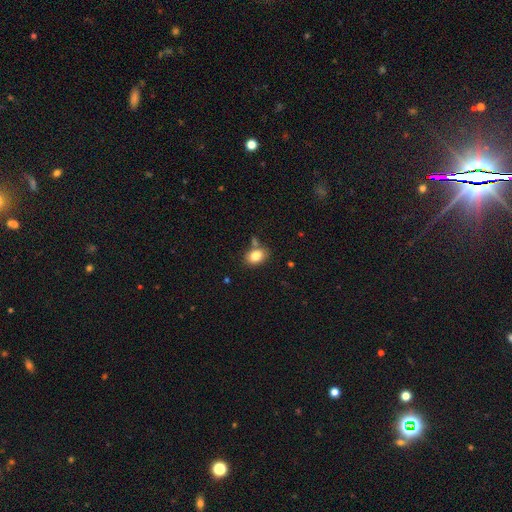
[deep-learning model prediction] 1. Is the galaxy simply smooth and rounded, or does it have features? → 82% smooth, 9% star or artifact, 8% featured or disk.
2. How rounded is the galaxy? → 74% in between, 25% round, 1% cigar-shaped.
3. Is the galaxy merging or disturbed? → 72% none, 14% minor disturbance, 11% merger, 4% major disturbance.